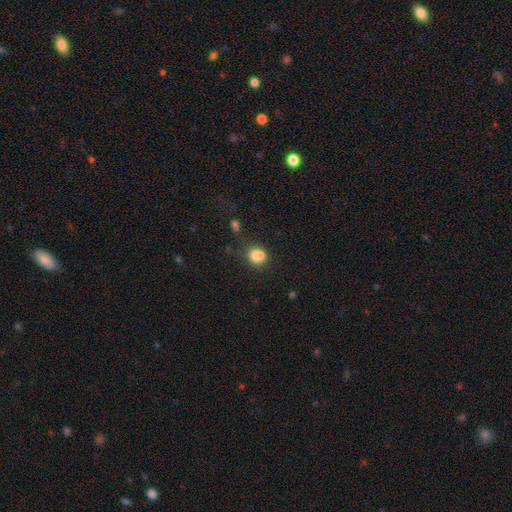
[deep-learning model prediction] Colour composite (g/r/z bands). It shows a smooth galaxy with no disk features (73%) that is round (74%). Merging: merger (48%).